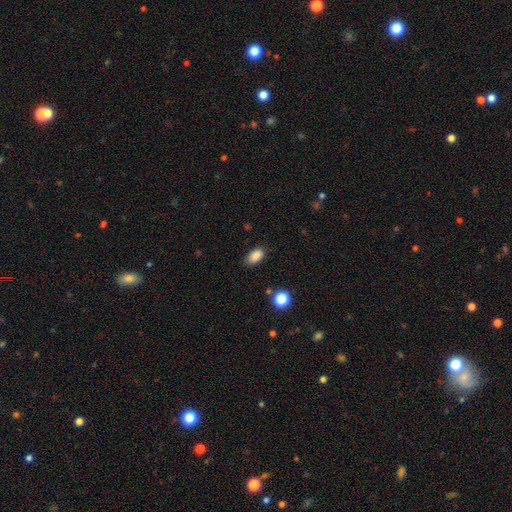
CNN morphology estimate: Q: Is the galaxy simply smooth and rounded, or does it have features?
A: smooth — 87%.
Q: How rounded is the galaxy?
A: in between — 91%.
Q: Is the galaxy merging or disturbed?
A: none — 84%.